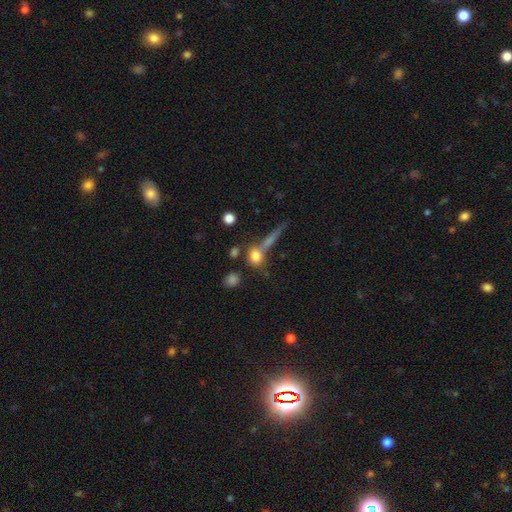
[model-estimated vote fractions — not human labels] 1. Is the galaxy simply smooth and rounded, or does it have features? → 75% smooth, 13% featured or disk, 12% star or artifact.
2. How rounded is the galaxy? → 58% round, 31% in between, 11% cigar-shaped.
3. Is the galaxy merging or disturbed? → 56% none, 26% merger, 11% minor disturbance, 6% major disturbance.